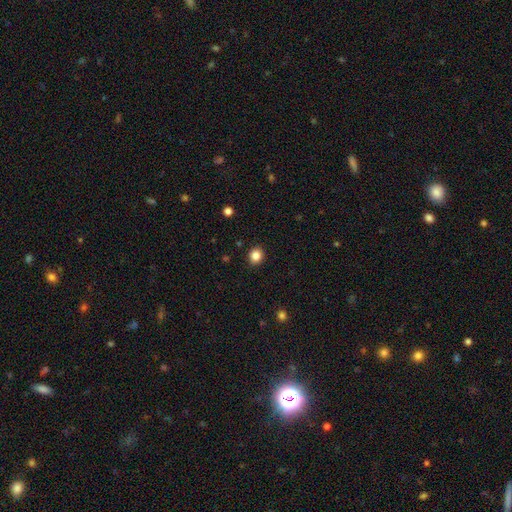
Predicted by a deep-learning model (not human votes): Morphology: type=smooth (85%); roundness=round (79%); merging=none (91%).